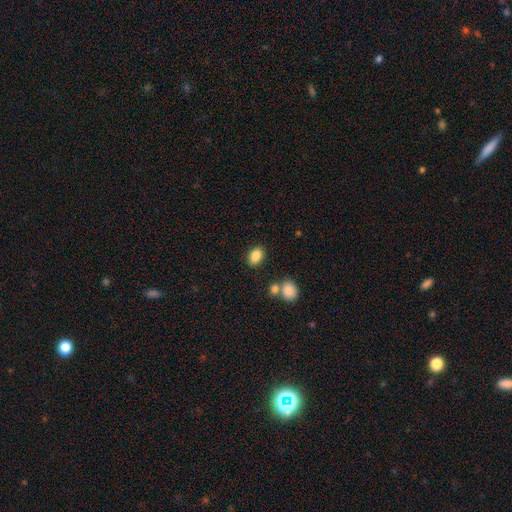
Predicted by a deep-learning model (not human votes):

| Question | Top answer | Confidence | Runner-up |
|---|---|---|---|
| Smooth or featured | smooth | 86% | star or artifact (9%) |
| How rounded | in between | 80% | round (18%) |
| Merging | none | 83% | minor disturbance (10%) |